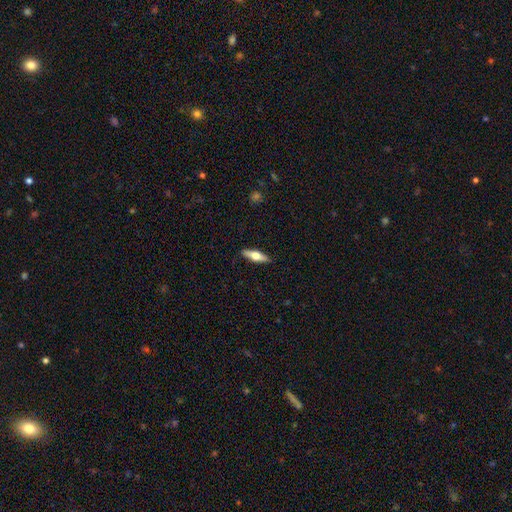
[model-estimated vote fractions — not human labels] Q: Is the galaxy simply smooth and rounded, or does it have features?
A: smooth — 49%.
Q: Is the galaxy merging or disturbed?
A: none — 89%.